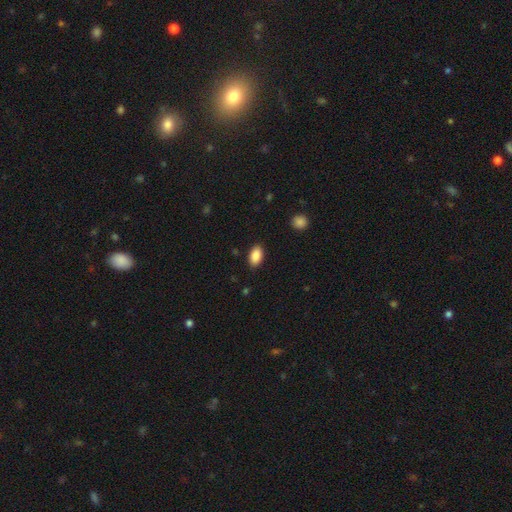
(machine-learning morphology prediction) smooth-or-featured: smooth: 89% | star or artifact: 7% | featured or disk: 4%
  how-rounded: in between: 93% | round: 6% | cigar-shaped: 2%
  merging: none: 87% | minor disturbance: 10% | major disturbance: 2% | merger: 1%